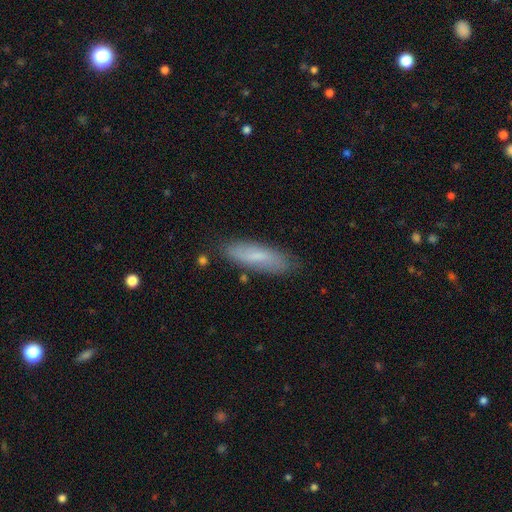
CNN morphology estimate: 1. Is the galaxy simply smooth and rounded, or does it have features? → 68% smooth, 25% featured or disk, 7% star or artifact.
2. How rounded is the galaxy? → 57% cigar-shaped, 41% in between, 2% round.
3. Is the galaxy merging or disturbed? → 79% none, 16% minor disturbance, 3% major disturbance, 2% merger.